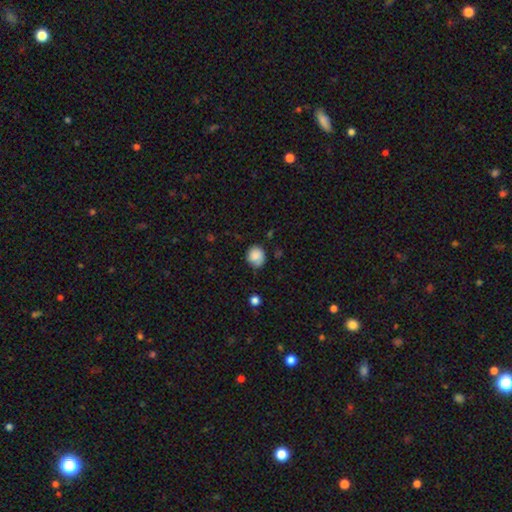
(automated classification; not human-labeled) The model was most divided on "merging": none: 66%, minor disturbance: 27%, major disturbance: 5%, merger: 2%. More confident: smooth or featured — smooth (85%); how rounded — round (79%).